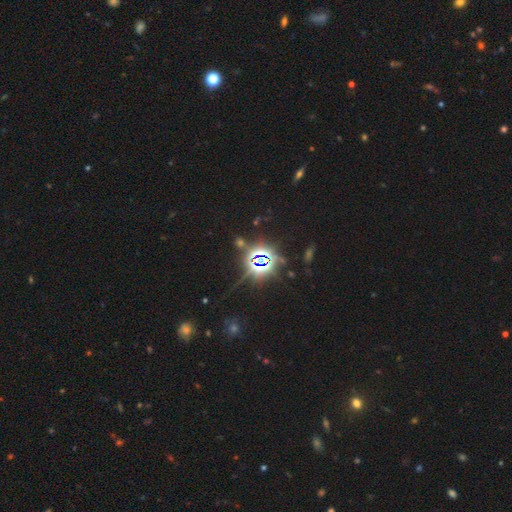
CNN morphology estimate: Smooth or featured?
  - star or artifact: 81% *
  - smooth: 12%
  - featured or disk: 7%